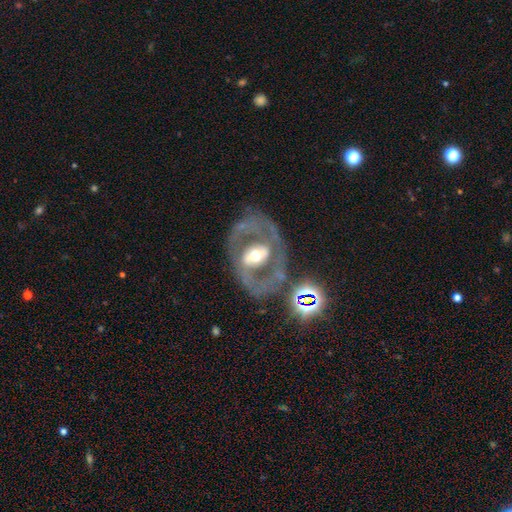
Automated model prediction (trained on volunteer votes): A featured or disk galaxy (76%) with a strong bar (36%), no spiral arms (52%) and a moderate central bulge (67%).

Vote fractions:
- Smooth or featured? featured or disk: 76% / smooth: 17% / star or artifact: 7%
- Edge-on disk? no: 94% / yes: 6%
- Bar? strong: 36% / no: 32% / weak: 32%
- Spiral arms? no: 52% / yes: 48%
- Bulge size? moderate: 67% / large: 15% / small: 15% / dominant: 2% / none: 1%
- Merging? none: 62% / minor disturbance: 15% / major disturbance: 15% / merger: 8%